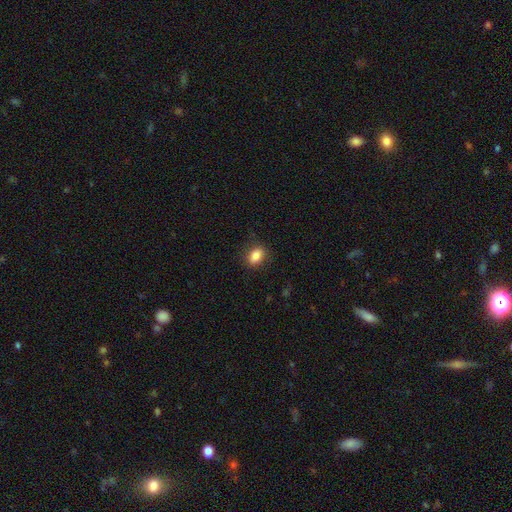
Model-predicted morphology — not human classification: A smooth galaxy with no disk features (85%) that is in between round and cigar-shaped (74%). Merging: none (83%).